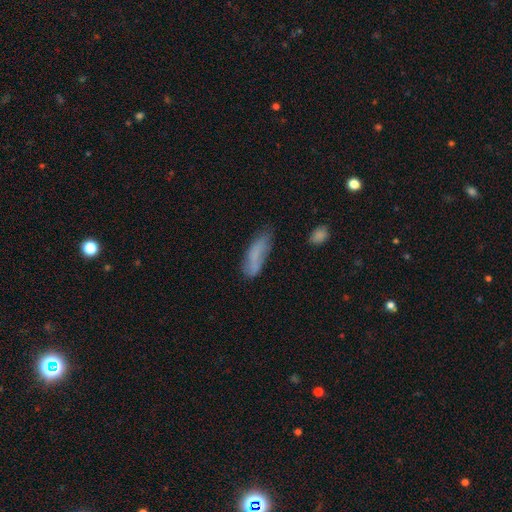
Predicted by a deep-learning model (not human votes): A smooth galaxy with no disk features (70%) that is in between round and cigar-shaped (53%). Merging: none (53%).